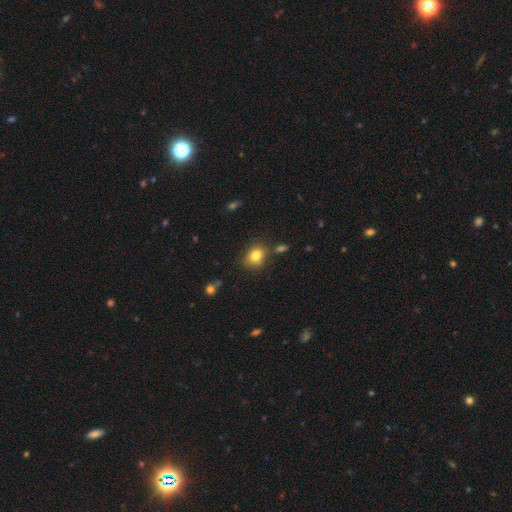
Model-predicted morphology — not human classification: This appears to be a smooth galaxy with no disk features (80%) that is round (55%). Merging: none (78%).